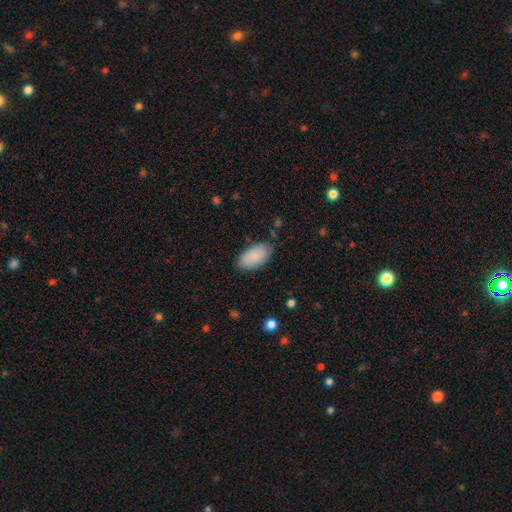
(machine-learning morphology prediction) smooth 88%, featured or disk 6%, star or artifact 6%. Down the decision tree: how rounded — in between (95%); merging — none (83%).